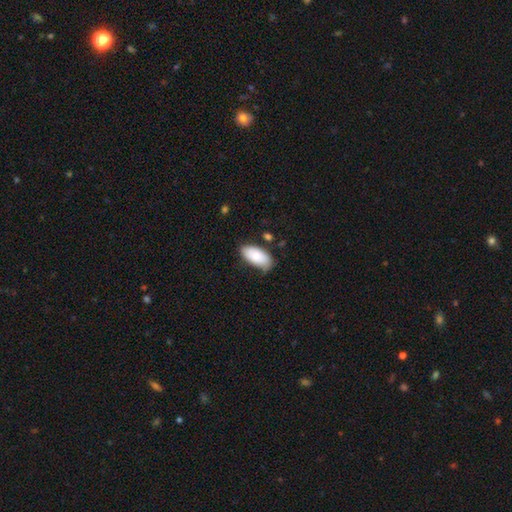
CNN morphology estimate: Overall: smooth (75%). How rounded: in between (94%). Merging: none (66%).